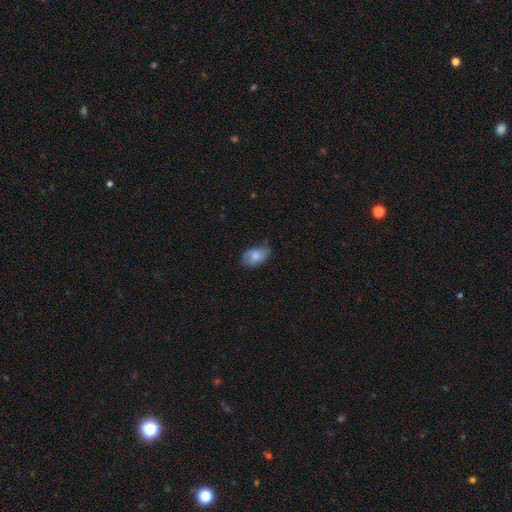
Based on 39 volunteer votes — Smooth or featured: smooth — 74% (featured or disk — 21%)
How rounded: in between — 93% (round — 7%)
Merging: none — 46% (tied with minor disturbance — 46%)